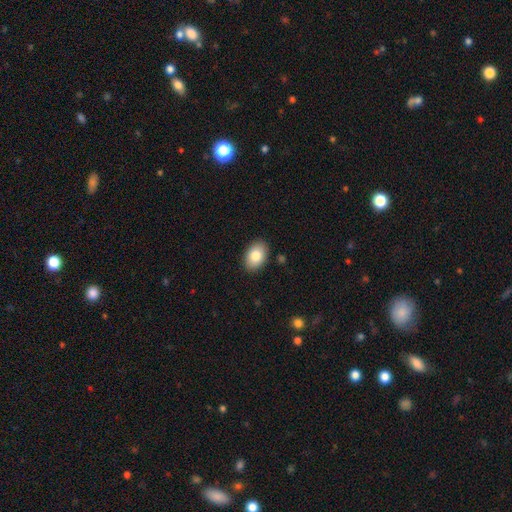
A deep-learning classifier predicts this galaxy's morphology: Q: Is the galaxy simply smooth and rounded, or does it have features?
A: smooth — 82%.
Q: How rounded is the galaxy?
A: in between — 86%.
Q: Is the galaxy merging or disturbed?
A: none — 88%.